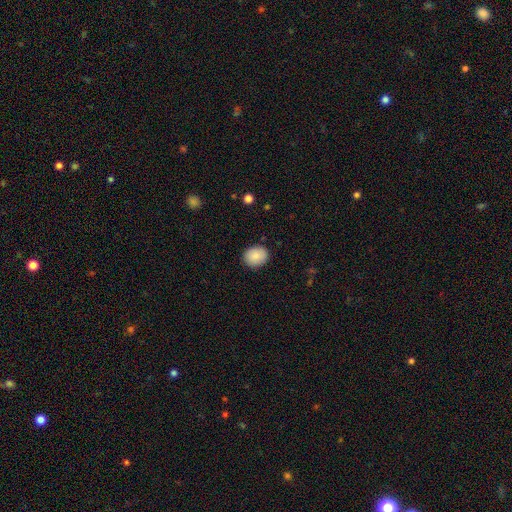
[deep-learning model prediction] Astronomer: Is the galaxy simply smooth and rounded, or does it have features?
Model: smooth — 88%.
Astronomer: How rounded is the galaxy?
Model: round — 55% (runner-up: in between, 44%).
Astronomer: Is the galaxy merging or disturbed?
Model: none — 88%.